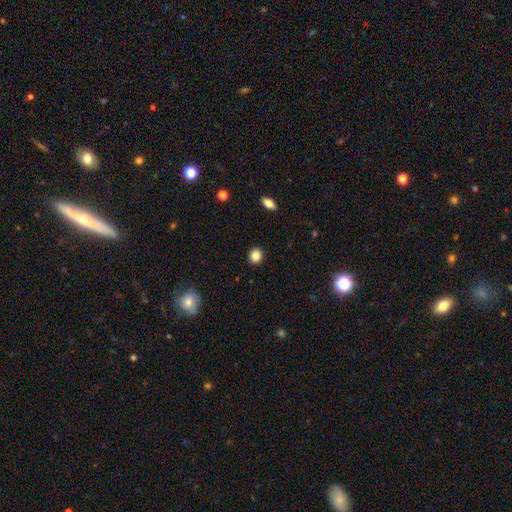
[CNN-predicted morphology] smooth-or-featured: smooth: 86% | star or artifact: 10% | featured or disk: 4%
  how-rounded: round: 79% | in between: 20% | cigar-shaped: 1%
  merging: none: 92% | minor disturbance: 6% | major disturbance: 2% | merger: 1%